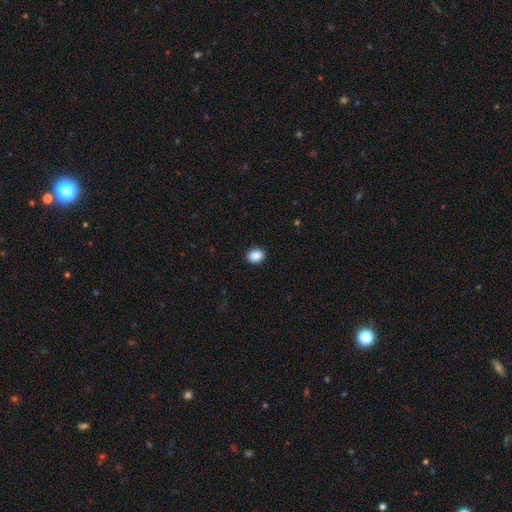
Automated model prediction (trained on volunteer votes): A smooth galaxy with no disk features (89%) that is in between round and cigar-shaped (50%).

Vote fractions:
- Smooth or featured? smooth: 89% / star or artifact: 8% / featured or disk: 3%
- How rounded? in between: 50% / round: 49% / cigar-shaped: 1%
- Merging? none: 91% / minor disturbance: 6% / major disturbance: 2% / merger: 1%